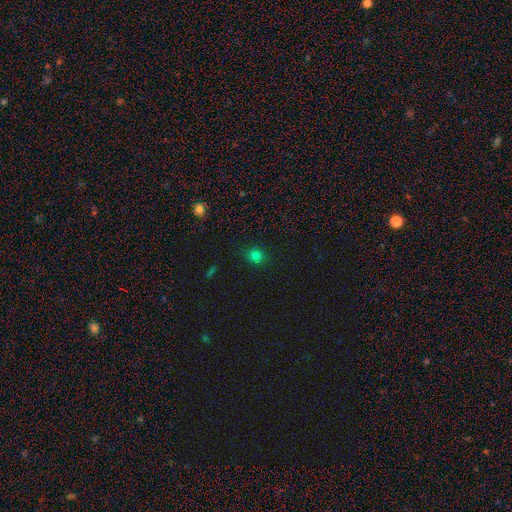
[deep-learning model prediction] Q: Smooth or featured?
A: smooth (78%); runner-up: star or artifact (18%)
Q: How rounded?
A: round (85%); runner-up: in between (14%)
Q: Merging?
A: none (88%); runner-up: minor disturbance (8%)